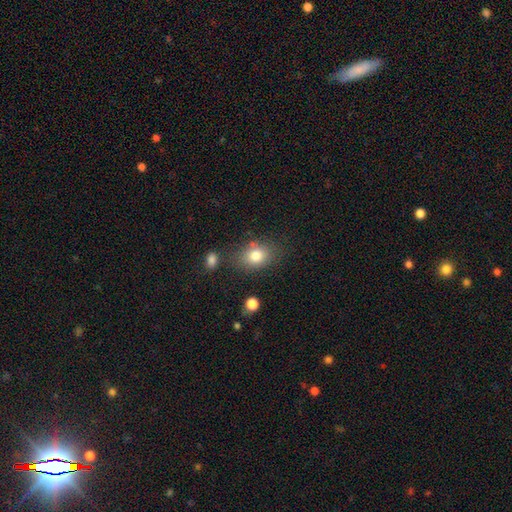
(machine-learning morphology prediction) A smooth galaxy with no disk features (80%) that is in between round and cigar-shaped (63%).

Vote fractions:
- Smooth or featured? smooth: 80% / featured or disk: 10% / star or artifact: 10%
- How rounded? in between: 63% / round: 36% / cigar-shaped: 1%
- Merging? none: 72% / minor disturbance: 16% / merger: 7% / major disturbance: 5%